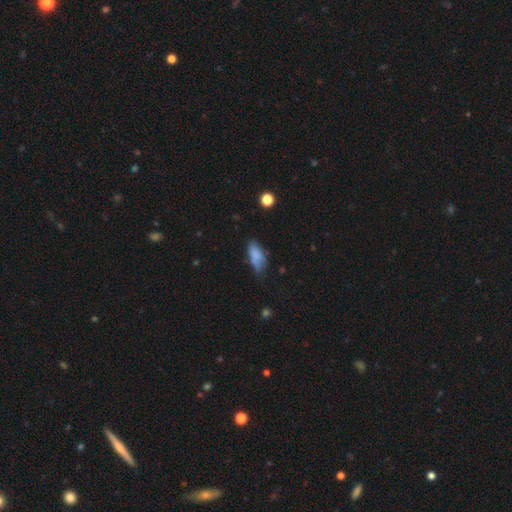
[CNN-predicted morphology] Smooth or featured: smooth — 77% (featured or disk — 14%)
How rounded: in between — 80% (cigar-shaped — 18%)
Merging: none — 51% (minor disturbance — 35%)